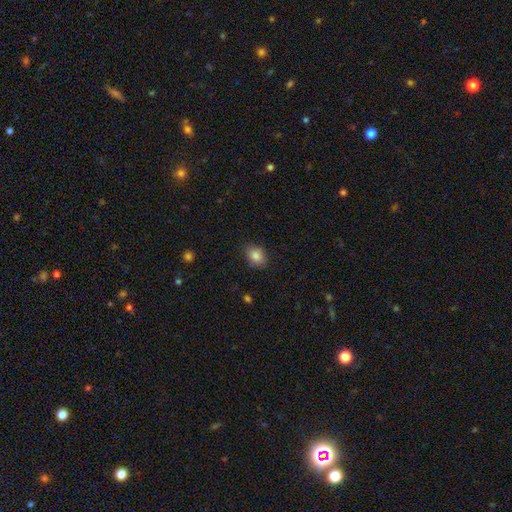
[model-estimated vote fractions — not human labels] This is clearly a smooth galaxy (84%). How rounded: possibly in between (58%). Merging: clearly none (83%).